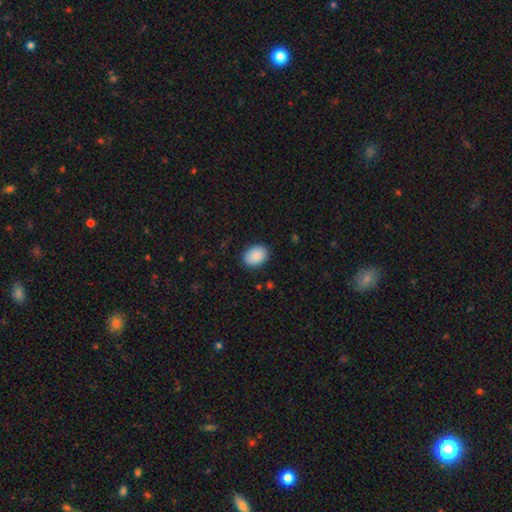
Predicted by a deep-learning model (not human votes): This appears to be a smooth galaxy with no disk features (89%) that is in between round and cigar-shaped (69%). Merging: none (88%).